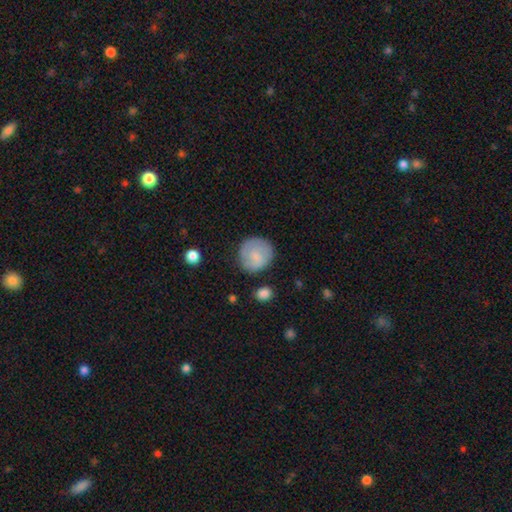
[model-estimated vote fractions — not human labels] A smooth galaxy with no disk features (66%) that is round (88%).

Vote fractions:
- Smooth or featured? smooth: 66% / featured or disk: 27% / star or artifact: 7%
- How rounded? round: 88% / in between: 11% / cigar-shaped: 1%
- Merging? none: 79% / minor disturbance: 14% / major disturbance: 5% / merger: 2%